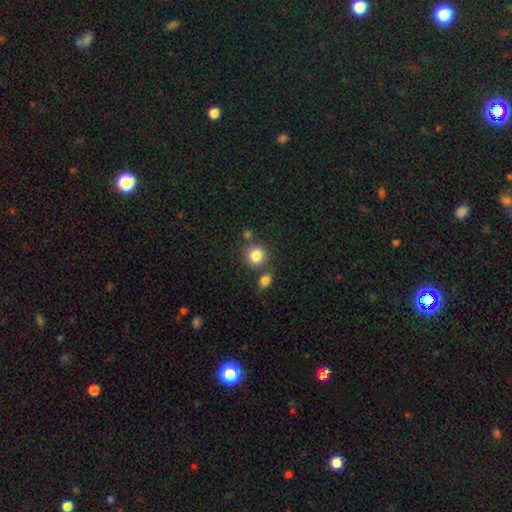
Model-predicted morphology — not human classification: type=smooth (84%); roundness=round (87%); merging=none (71%).